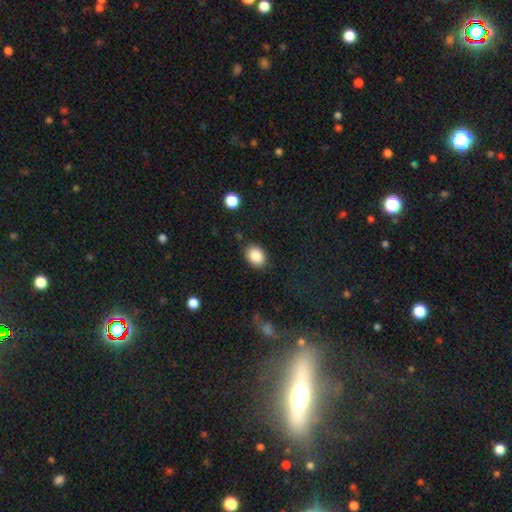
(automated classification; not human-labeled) The model was most divided on "how rounded": in between: 64%, round: 35%, cigar-shaped: 1%. More confident: smooth or featured — smooth (88%); merging — none (84%).